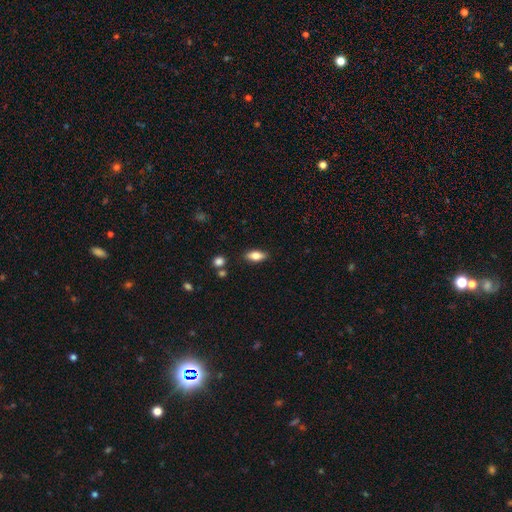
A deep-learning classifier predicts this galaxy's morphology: Smooth or featured? Predicted: smooth (p=0.79). How rounded? Predicted: in between (p=0.84). Merging? Predicted: none (p=0.85).